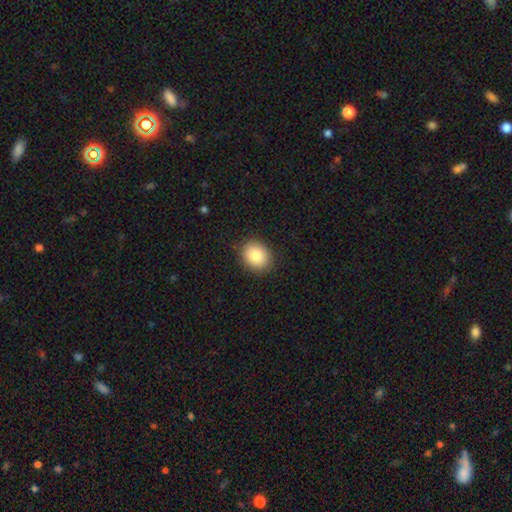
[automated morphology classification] Smooth or featured? Predicted: smooth (p=0.83). How rounded? Predicted: round (p=0.60). Merging? Predicted: none (p=0.87).